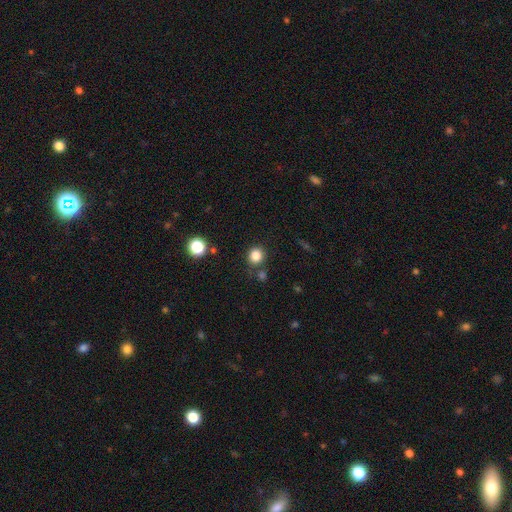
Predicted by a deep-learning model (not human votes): A smooth galaxy with no disk features (83%) that is round (89%).

Vote fractions:
- Smooth or featured? smooth: 83% / star or artifact: 12% / featured or disk: 5%
- How rounded? round: 89% / in between: 10% / cigar-shaped: 1%
- Merging? none: 80% / minor disturbance: 10% / merger: 7% / major disturbance: 3%